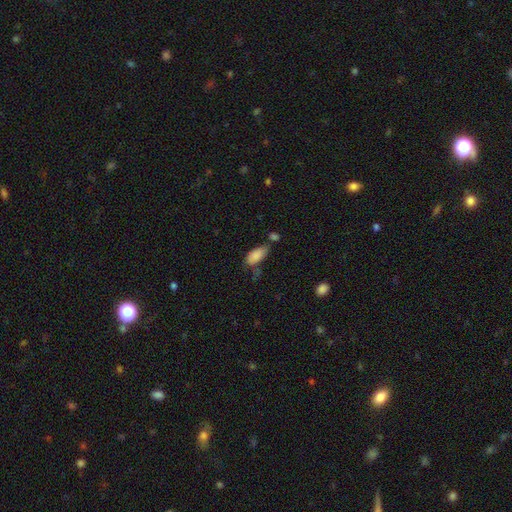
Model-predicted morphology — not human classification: smooth-or-featured: smooth: 85% | star or artifact: 8% | featured or disk: 7%
  how-rounded: in between: 89% | cigar-shaped: 9% | round: 2%
  merging: none: 47% | minor disturbance: 27% | merger: 17% | major disturbance: 10%